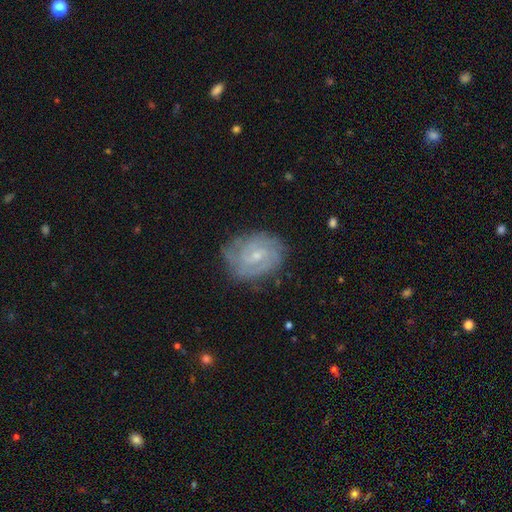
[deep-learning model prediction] featured or disk 79%, smooth 14%, star or artifact 7%. Down the decision tree: edge-on disk — no (97%); bar — no (47%); spiral arms — yes (93%); spiral arm count — 2 (35%); spiral winding — tight (64%); bulge size — small (69%); merging — none (74%).